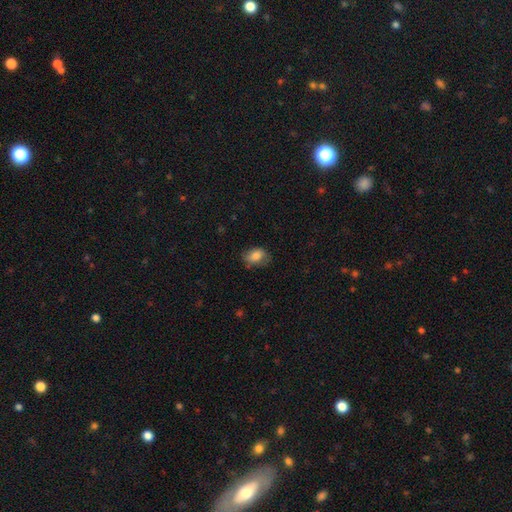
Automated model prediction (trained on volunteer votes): smooth 80%, featured or disk 12%, star or artifact 8%. Down the decision tree: how rounded — in between (77%); merging — none (65%).